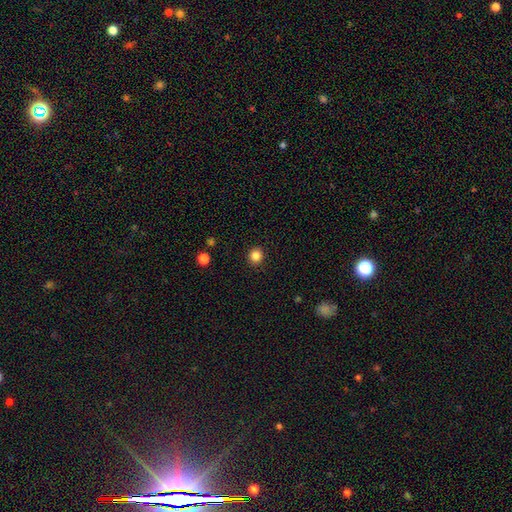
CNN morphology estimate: Smooth or featured? smooth (85%)
How rounded? round (92%)
Merging? none (92%)